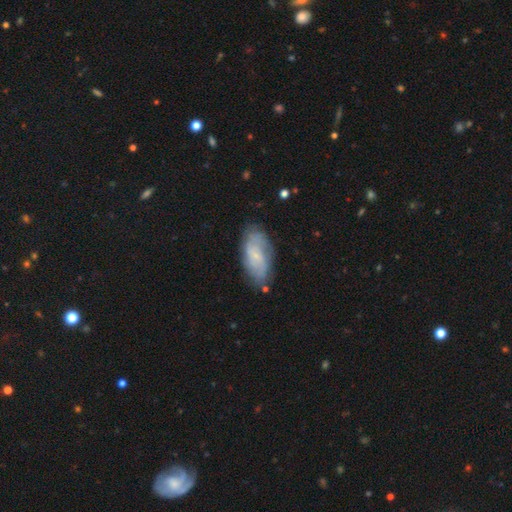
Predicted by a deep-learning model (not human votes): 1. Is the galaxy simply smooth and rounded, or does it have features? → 57% featured or disk, 36% smooth, 7% star or artifact.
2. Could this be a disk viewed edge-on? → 92% no, 8% yes.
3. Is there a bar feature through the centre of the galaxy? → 56% no, 37% weak, 7% strong.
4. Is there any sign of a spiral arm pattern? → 81% yes, 19% no.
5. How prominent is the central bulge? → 76% small, 14% moderate, 7% none, 1% large, 1% dominant.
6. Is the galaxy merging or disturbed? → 72% none, 20% minor disturbance, 5% major disturbance, 2% merger.